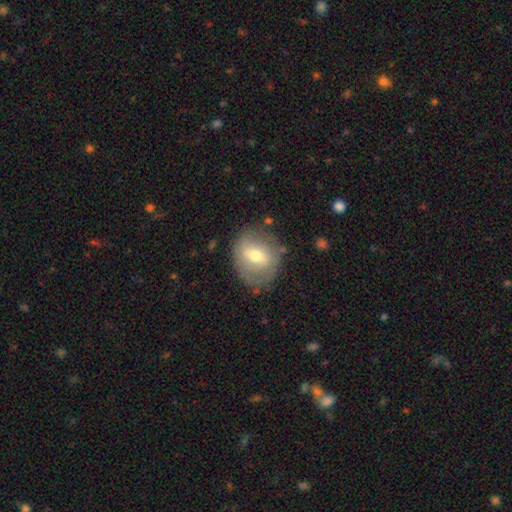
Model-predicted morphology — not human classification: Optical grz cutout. It shows a smooth galaxy with no disk features (51%) that is round (66%). Merging: none (72%).